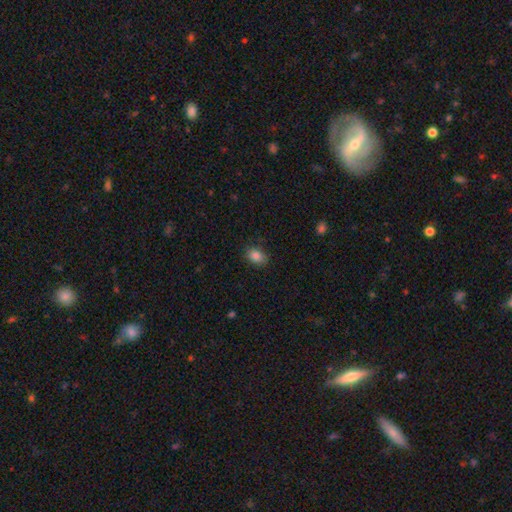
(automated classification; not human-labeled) A smooth galaxy with no disk features (86%) that is in between round and cigar-shaped (73%).

Vote fractions:
- Smooth or featured? smooth: 86% / star or artifact: 9% / featured or disk: 5%
- How rounded? in between: 73% / round: 26% / cigar-shaped: 1%
- Merging? none: 80% / minor disturbance: 15% / major disturbance: 3% / merger: 1%